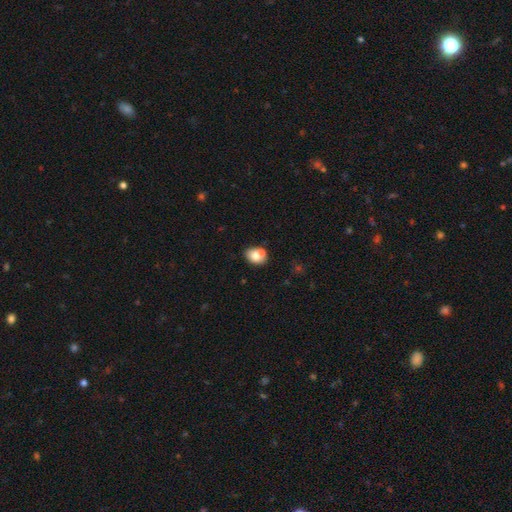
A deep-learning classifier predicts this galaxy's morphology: Overall: smooth (74%). How rounded: in between (59%; round 40%). Merging: none (53%; merger 32%).